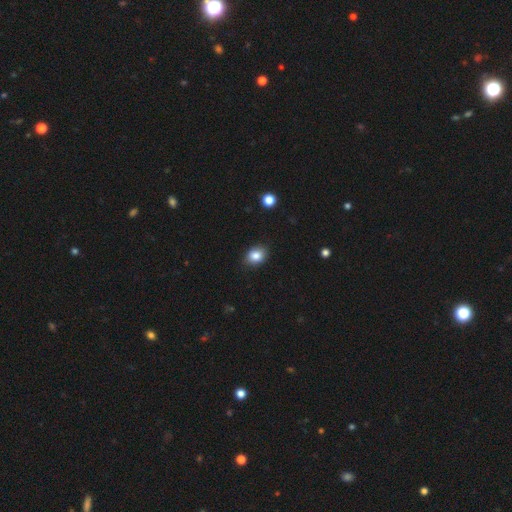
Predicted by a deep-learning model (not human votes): Morphology: type=smooth (85%); roundness=in between (59%); merging=none (86%).